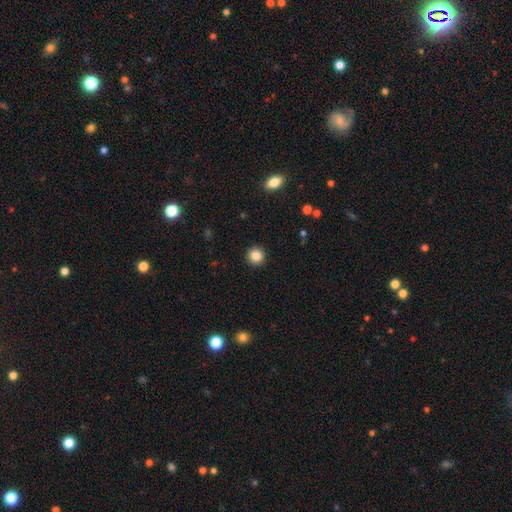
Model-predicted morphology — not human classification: A smooth galaxy with no disk features (85%) that is round (94%). Merging: none (93%).